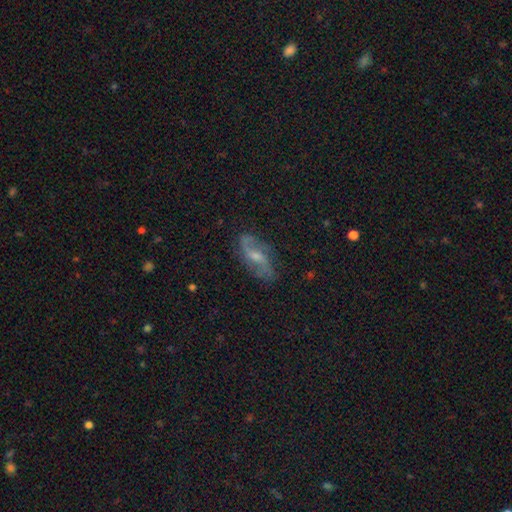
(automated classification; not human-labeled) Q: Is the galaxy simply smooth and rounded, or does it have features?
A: featured or disk — 75%.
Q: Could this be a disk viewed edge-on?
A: no — 91%.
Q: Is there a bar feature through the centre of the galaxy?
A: weak — 44%.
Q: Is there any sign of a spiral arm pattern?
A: yes — 91%.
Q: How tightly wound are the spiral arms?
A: loose — 57%.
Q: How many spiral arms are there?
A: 2 — 86%.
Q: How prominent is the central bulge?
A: small — 46%, tied with moderate.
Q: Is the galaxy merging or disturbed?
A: none — 76%.